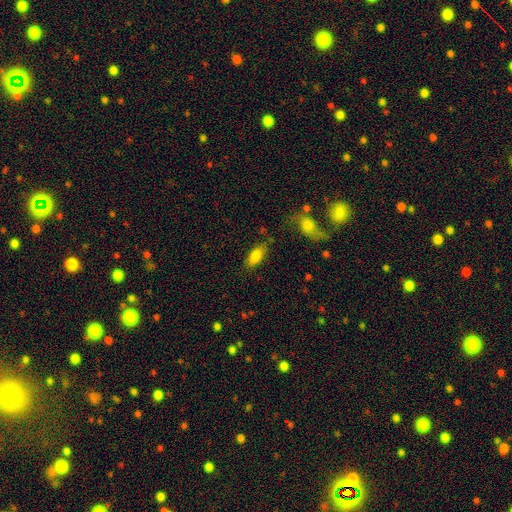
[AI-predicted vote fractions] Q: Smooth or featured?
A: smooth (80%); runner-up: featured or disk (12%)
Q: How rounded?
A: in between (85%); runner-up: cigar-shaped (12%)
Q: Merging?
A: none (77%); runner-up: minor disturbance (14%)